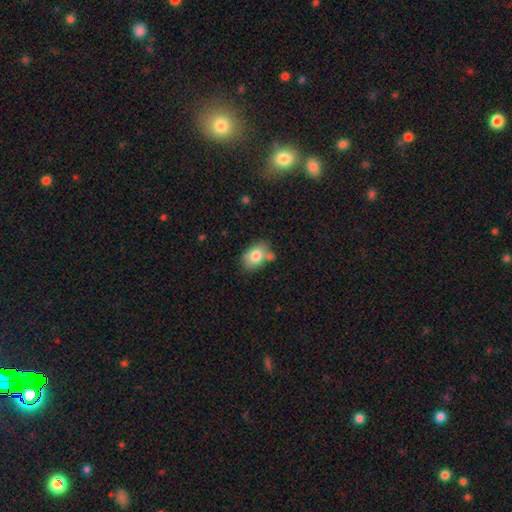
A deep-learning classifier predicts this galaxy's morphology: Smooth or featured? smooth (78%)
How rounded? in between (82%)
Merging? none (60%)